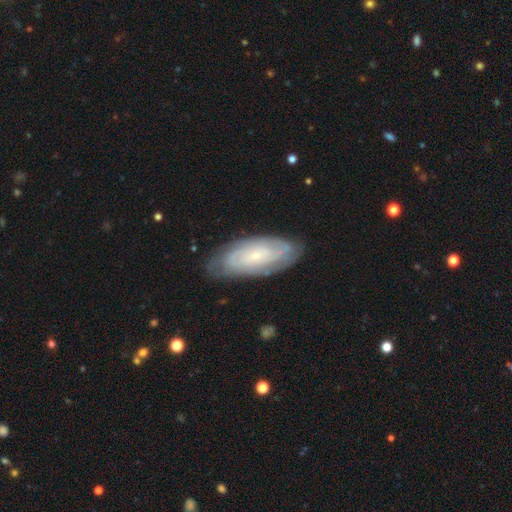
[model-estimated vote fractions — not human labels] A featured or disk galaxy (73%) with no bar (72%), tight (72%) spiral arms (91%) and a small central bulge (82%). Merging: none (79%).